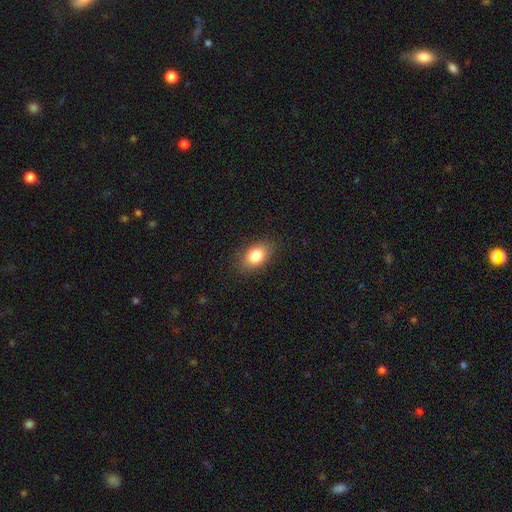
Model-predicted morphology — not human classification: Smooth or featured: smooth — 82% (featured or disk — 10%)
How rounded: in between — 86% (round — 12%)
Merging: none — 84% (minor disturbance — 12%)